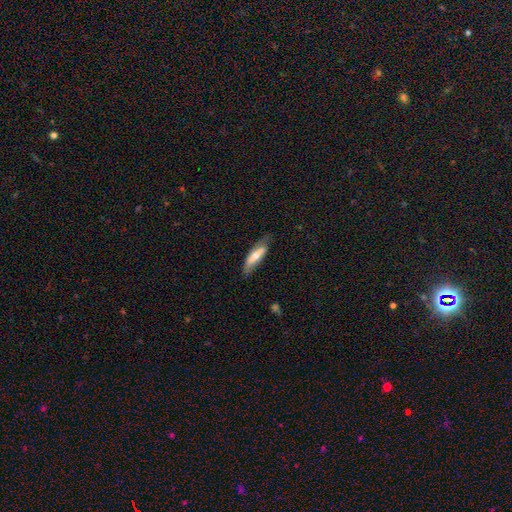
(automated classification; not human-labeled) smooth_or_featured: smooth (p=0.55) [alt: featured or disk p=0.40]
how_rounded: cigar-shaped (p=0.58) [alt: in between p=0.40]
merging: none (p=0.67) [alt: minor disturbance p=0.25]